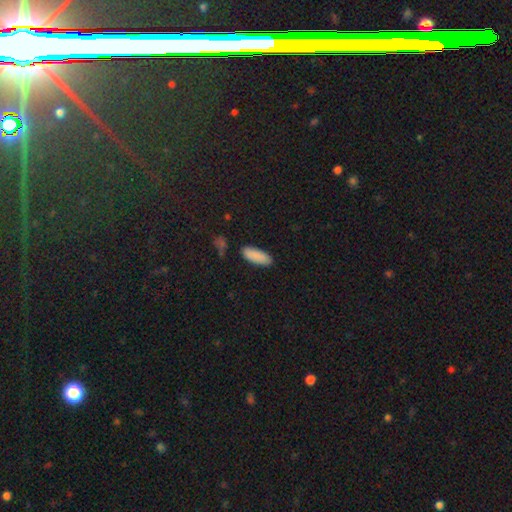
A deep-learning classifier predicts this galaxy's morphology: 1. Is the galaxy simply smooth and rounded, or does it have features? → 88% smooth, 7% star or artifact, 5% featured or disk.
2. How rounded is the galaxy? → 70% in between, 29% cigar-shaped, 2% round.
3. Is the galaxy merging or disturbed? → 85% none, 11% minor disturbance, 2% major disturbance, 2% merger.